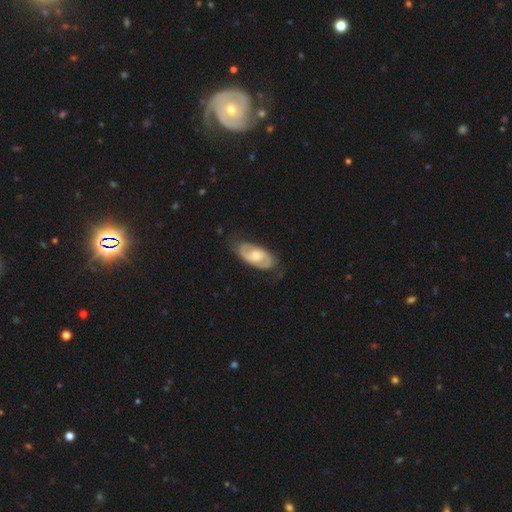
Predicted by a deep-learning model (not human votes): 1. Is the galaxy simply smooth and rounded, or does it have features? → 70% featured or disk, 25% smooth, 5% star or artifact.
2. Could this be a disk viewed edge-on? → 94% no, 6% yes.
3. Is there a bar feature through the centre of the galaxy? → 62% no, 31% weak, 7% strong.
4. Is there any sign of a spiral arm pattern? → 83% yes, 17% no.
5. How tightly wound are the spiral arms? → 43% medium, 38% tight, 19% loose.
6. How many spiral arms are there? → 80% 2, 13% can't tell, 4% 1, 1% 3, 1% 4, 1% more than 4.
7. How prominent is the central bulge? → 68% moderate, 24% small, 6% large, 2% none, 1% dominant.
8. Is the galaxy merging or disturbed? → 72% none, 20% minor disturbance, 6% major disturbance, 1% merger.